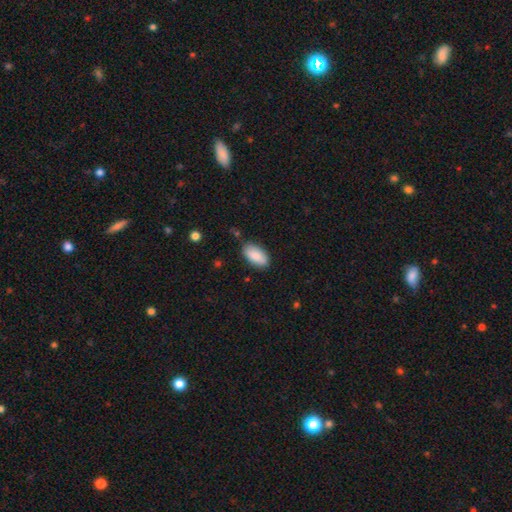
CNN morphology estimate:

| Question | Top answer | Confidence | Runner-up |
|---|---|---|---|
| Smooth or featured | smooth | 88% | star or artifact (6%) |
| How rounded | in between | 94% | cigar-shaped (4%) |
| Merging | none | 82% | minor disturbance (13%) |